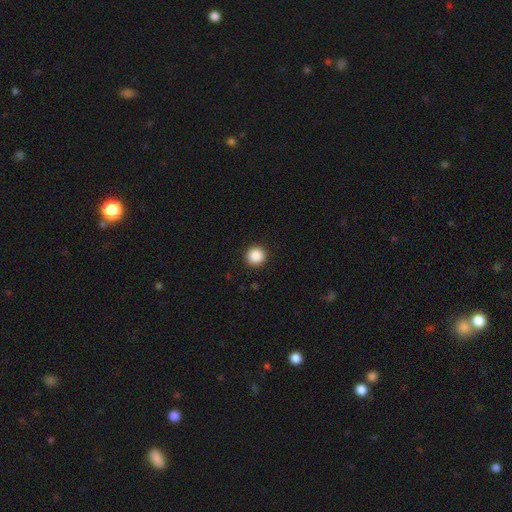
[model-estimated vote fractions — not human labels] Smooth or featured? Predicted: smooth (p=0.89). How rounded? Predicted: round (p=0.96). Merging? Predicted: none (p=0.93).